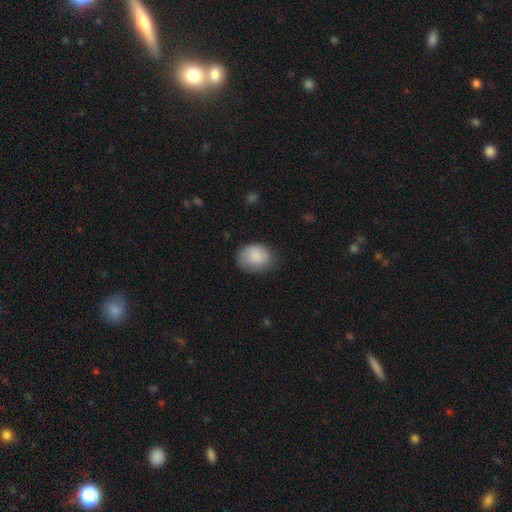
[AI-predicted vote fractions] smooth-or-featured: smooth: 87% | featured or disk: 7% | star or artifact: 7%
  how-rounded: in between: 53% | round: 46% | cigar-shaped: 1%
  merging: none: 71% | minor disturbance: 22% | major disturbance: 6% | merger: 1%